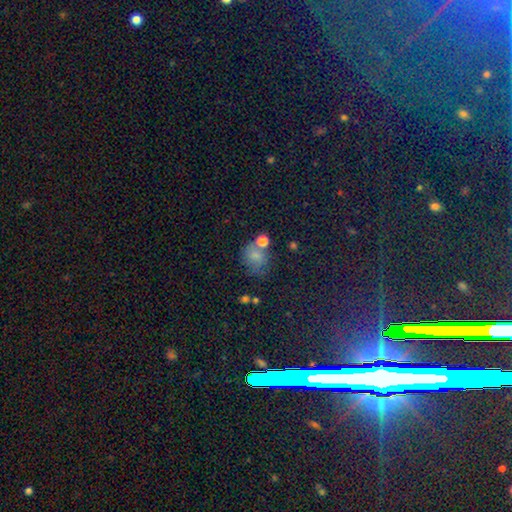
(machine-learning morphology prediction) A smooth galaxy with no disk features (71%) that is round (63%).

Vote fractions:
- Smooth or featured? smooth: 71% / star or artifact: 16% / featured or disk: 13%
- How rounded? round: 63% / in between: 36% / cigar-shaped: 1%
- Merging? none: 48% / minor disturbance: 21% / merger: 19% / major disturbance: 12%